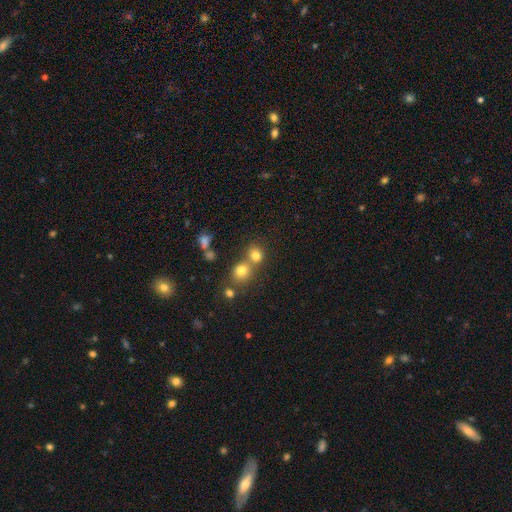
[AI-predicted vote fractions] Q: Smooth or featured?
A: smooth (76%); runner-up: star or artifact (15%)
Q: How rounded?
A: round (77%); runner-up: in between (22%)
Q: Merging?
A: none (48%); runner-up: merger (41%)